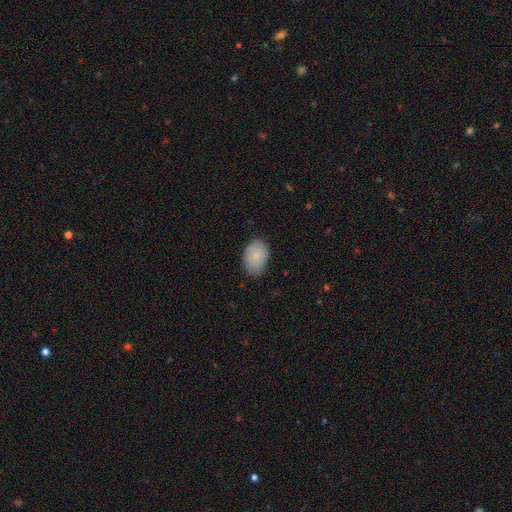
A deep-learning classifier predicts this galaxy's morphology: Overall: smooth (83%). How rounded: in between (83%). Merging: none (81%).